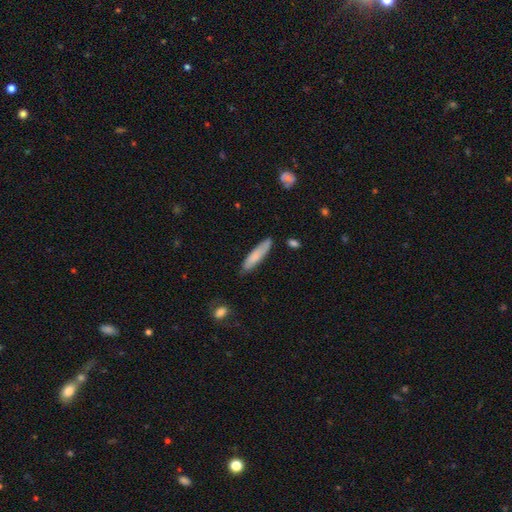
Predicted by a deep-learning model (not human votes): smooth 77%, featured or disk 17%, star or artifact 6%. Down the decision tree: how rounded — cigar-shaped (83%); merging — none (77%).